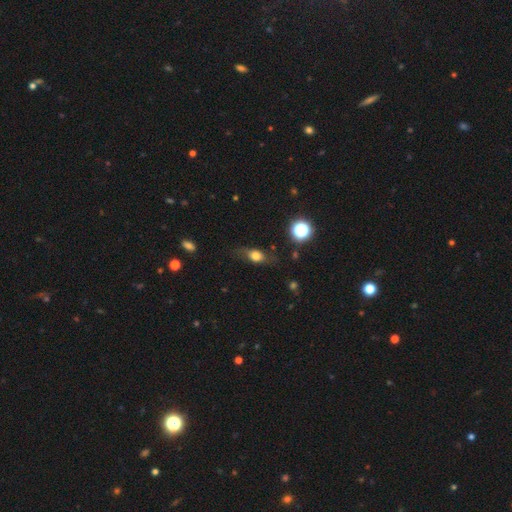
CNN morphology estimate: smooth 64%, featured or disk 24%, star or artifact 12%. Down the decision tree: how rounded — in between (61%); merging — none (66%).